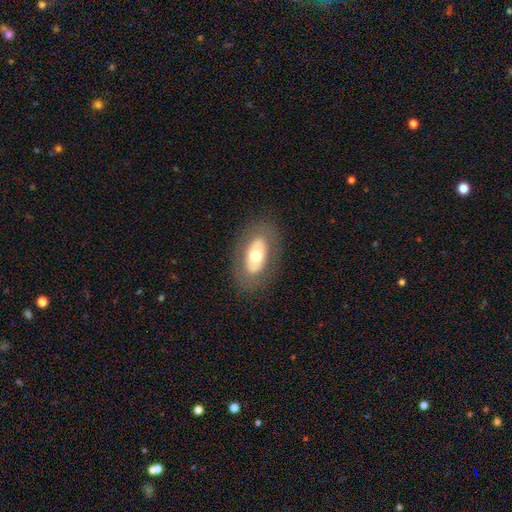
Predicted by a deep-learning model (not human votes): Smooth or featured? smooth (53%)
How rounded? in between (91%)
Merging? none (81%)